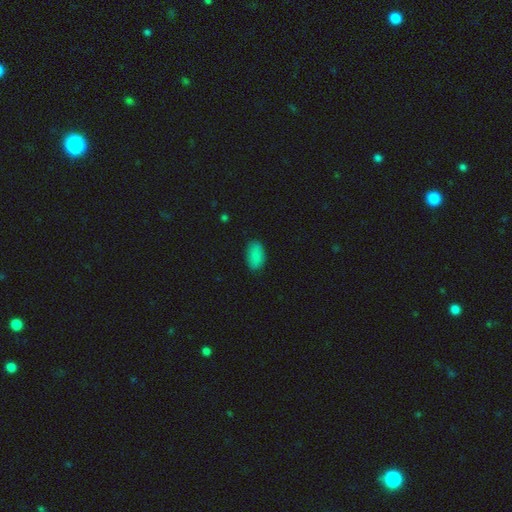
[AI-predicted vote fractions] Smooth or featured? Predicted: smooth (p=0.87). How rounded? Predicted: in between (p=0.93). Merging? Predicted: none (p=0.84).